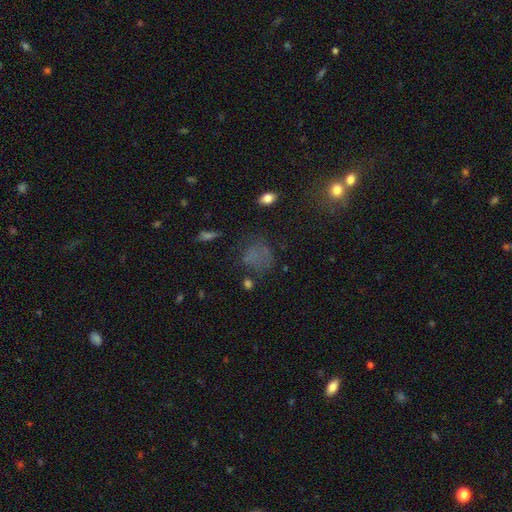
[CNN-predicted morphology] A smooth galaxy with no disk features (57%) that is round (61%). Merging: none (53%).